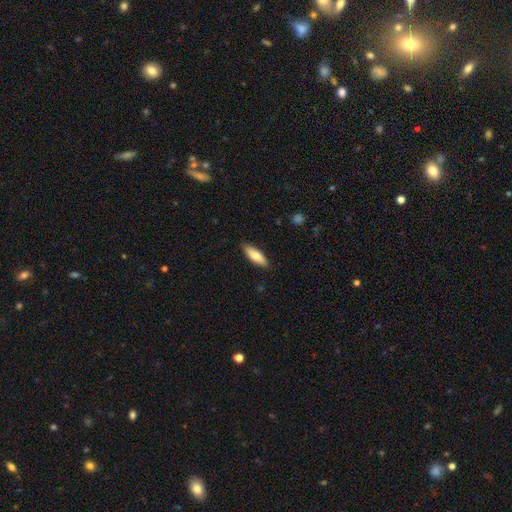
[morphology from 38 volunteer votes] Smooth or featured? smooth (82%)
How rounded? in between (74%)
Merging? none (94%)